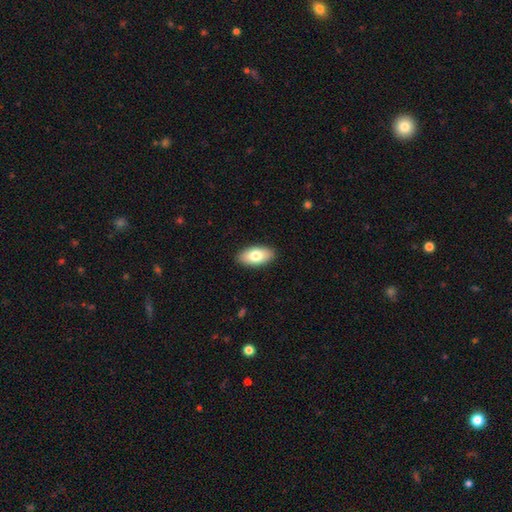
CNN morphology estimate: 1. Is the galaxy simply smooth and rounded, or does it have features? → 78% smooth, 16% featured or disk, 6% star or artifact.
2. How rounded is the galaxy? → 93% in between, 4% cigar-shaped, 3% round.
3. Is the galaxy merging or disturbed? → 90% none, 8% minor disturbance, 2% major disturbance, 1% merger.